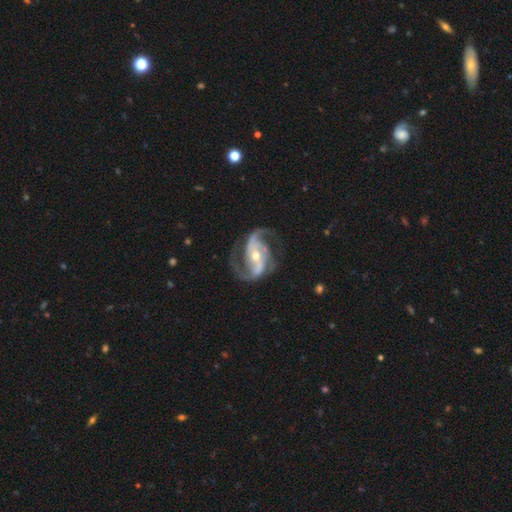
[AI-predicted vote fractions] smooth_or_featured: featured or disk (p=0.92) [alt: star or artifact p=0.05]
disk_edge_on: no (p=0.97) [alt: yes p=0.03]
bar: weak (p=0.34) [tied with: strong p=0.34]
has_spiral_arms: yes (p=0.98) [alt: no p=0.02]
spiral_winding: medium (p=0.54) [alt: loose p=0.32]
spiral_arm_count: 2 (p=0.76) [alt: 3 p=0.14]
bulge_size: moderate (p=0.55) [alt: small p=0.40]
merging: none (p=0.70) [alt: minor disturbance p=0.16]